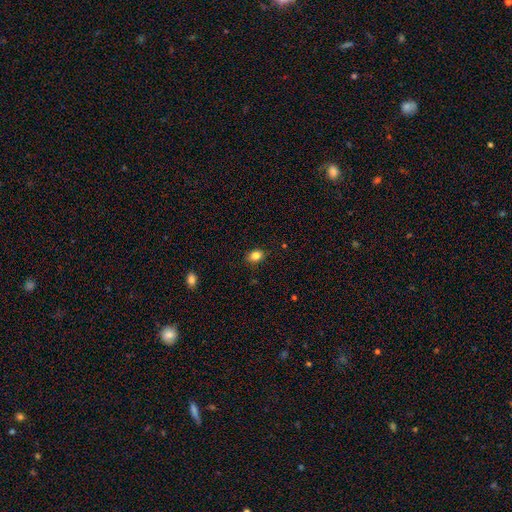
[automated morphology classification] Smooth or featured?
  - smooth: 85% *
  - star or artifact: 10%
  - featured or disk: 5%
How rounded?
  - in between: 64% *
  - round: 35%
  - cigar-shaped: 1%
Merging?
  - none: 87% *
  - minor disturbance: 10%
  - major disturbance: 2%
  - merger: 1%